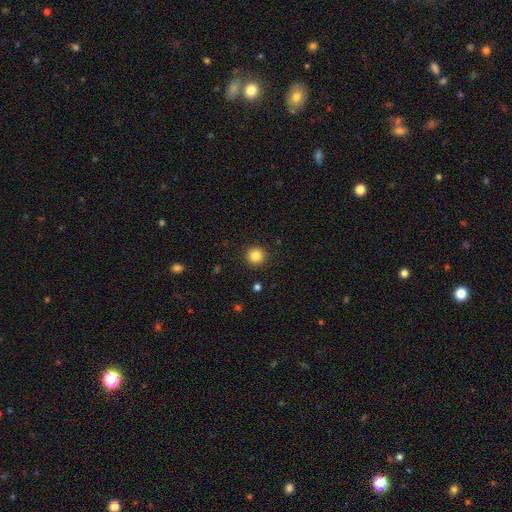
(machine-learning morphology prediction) The model was most divided on "smooth or featured": smooth: 84%, star or artifact: 11%, featured or disk: 5%. More confident: how rounded — round (95%); merging — none (92%).